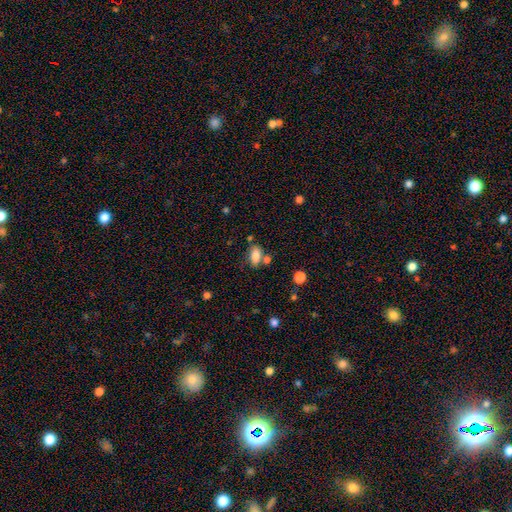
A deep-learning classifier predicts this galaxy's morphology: The model was most divided on "merging": none: 62%, merger: 17%, minor disturbance: 16%, major disturbance: 5%. More confident: how rounded — in between (85%); smooth or featured — smooth (83%).